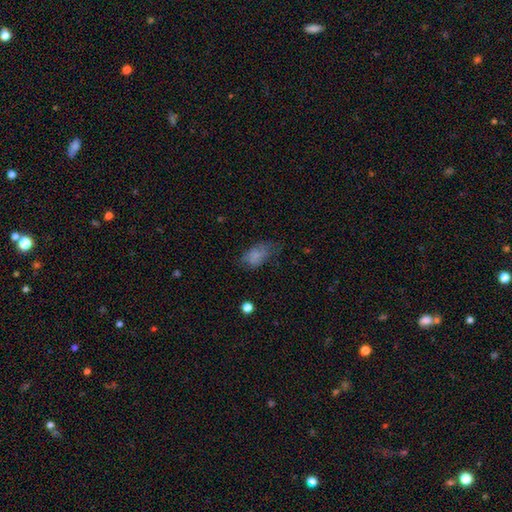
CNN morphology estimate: smooth 68%, featured or disk 19%, star or artifact 13%. Down the decision tree: how rounded — in between (89%); merging — none (45%).